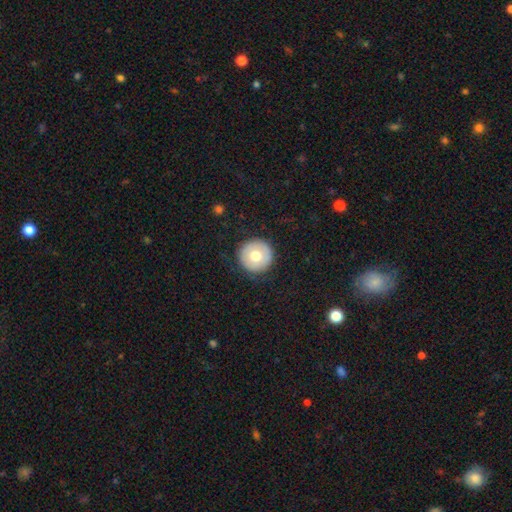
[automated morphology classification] smooth-or-featured: smooth: 69% | featured or disk: 24% | star or artifact: 8%
  how-rounded: round: 96% | in between: 3% | cigar-shaped: 1%
  merging: none: 91% | minor disturbance: 6% | major disturbance: 2% | merger: 1%